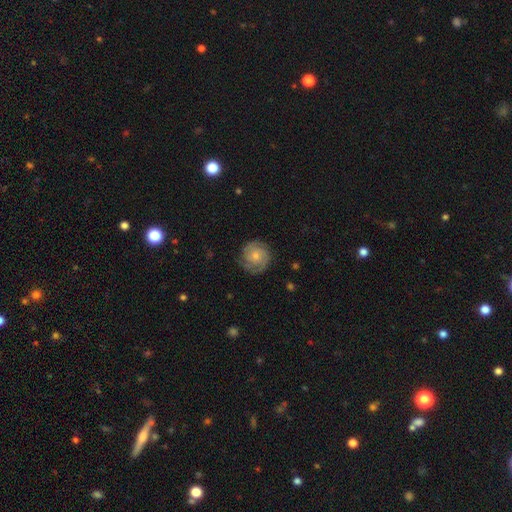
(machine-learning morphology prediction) Smooth or featured?
  - featured or disk: 77% *
  - smooth: 17%
  - star or artifact: 6%
Edge-on disk?
  - no: 98% *
  - yes: 2%
Bar?
  - no: 78% *
  - weak: 19%
  - strong: 3%
Spiral arms?
  - yes: 95% *
  - no: 5%
Spiral winding?
  - tight: 66% *
  - medium: 28%
  - loose: 6%
Spiral arm count?
  - 2: 41% *
  - 3: 27%
  - can't tell: 17%
  - 4: 6%
  - 1: 5%
  - more than 4: 4%
Bulge size?
  - small: 64% *
  - moderate: 30%
  - none: 3%
  - large: 2%
  - dominant: 1%
Merging?
  - none: 80% *
  - minor disturbance: 14%
  - major disturbance: 5%
  - merger: 1%